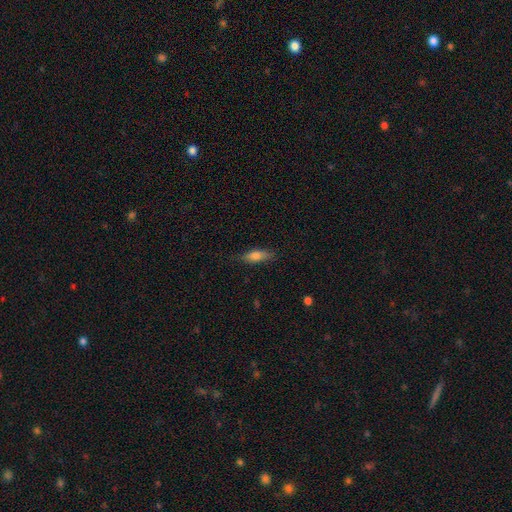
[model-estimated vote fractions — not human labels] Smooth or featured: smooth — 74% (featured or disk — 18%)
How rounded: in between — 60% (cigar-shaped — 37%)
Merging: none — 79% (minor disturbance — 16%)